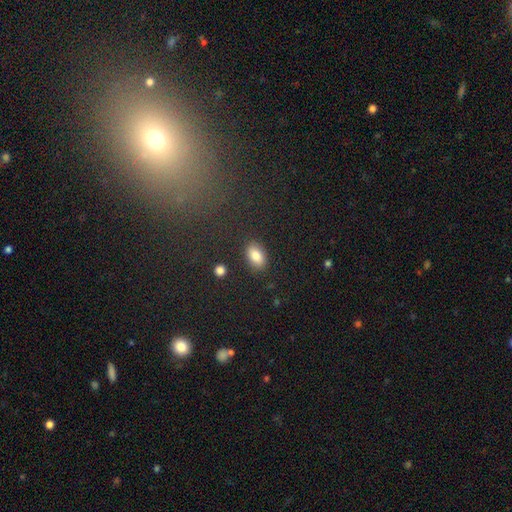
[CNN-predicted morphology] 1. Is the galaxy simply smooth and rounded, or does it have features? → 84% smooth, 8% star or artifact, 8% featured or disk.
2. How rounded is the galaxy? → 89% in between, 8% round, 2% cigar-shaped.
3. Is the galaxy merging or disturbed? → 87% none, 9% minor disturbance, 3% major disturbance, 2% merger.